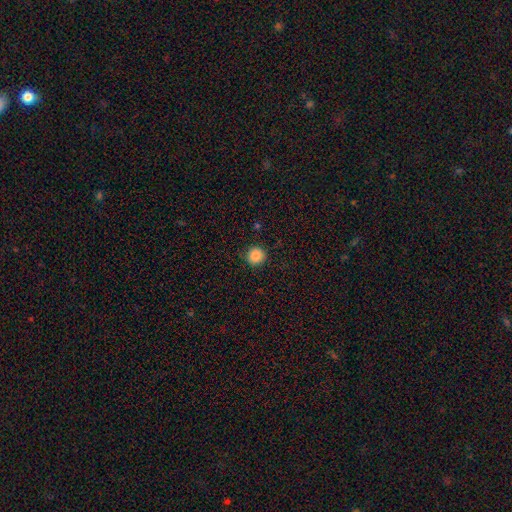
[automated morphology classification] Smooth or featured?
  - smooth: 86% *
  - star or artifact: 10%
  - featured or disk: 4%
How rounded?
  - round: 95% *
  - in between: 4%
  - cigar-shaped: 1%
Merging?
  - none: 91% *
  - minor disturbance: 6%
  - major disturbance: 2%
  - merger: 1%